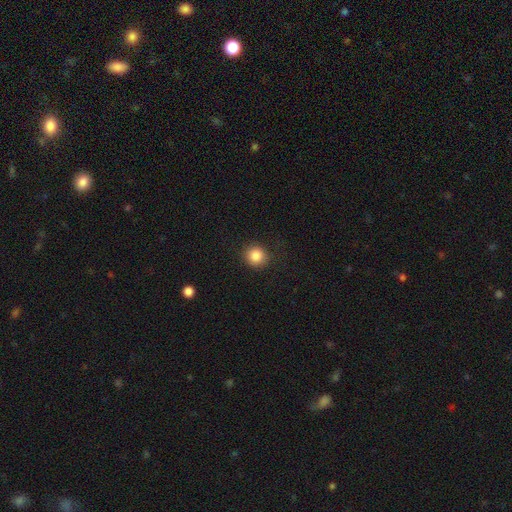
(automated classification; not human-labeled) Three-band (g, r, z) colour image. It shows a smooth galaxy with no disk features (86%) that is round (90%). Merging: none (88%).